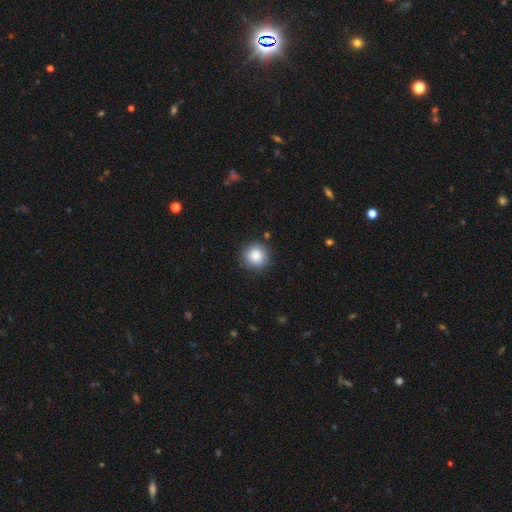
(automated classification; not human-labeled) This is clearly a smooth galaxy (88%). How rounded: clearly round (93%). Merging: clearly none (88%).